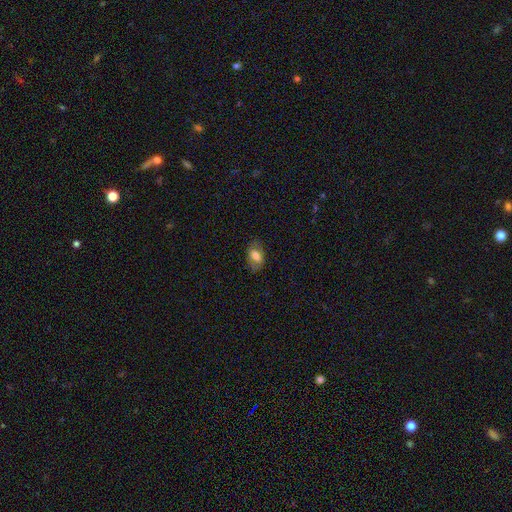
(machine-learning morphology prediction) smooth_or_featured: smooth (p=0.69) [alt: featured or disk p=0.23]
how_rounded: in between (p=0.89) [alt: round p=0.08]
merging: none (p=0.76) [alt: minor disturbance p=0.17]